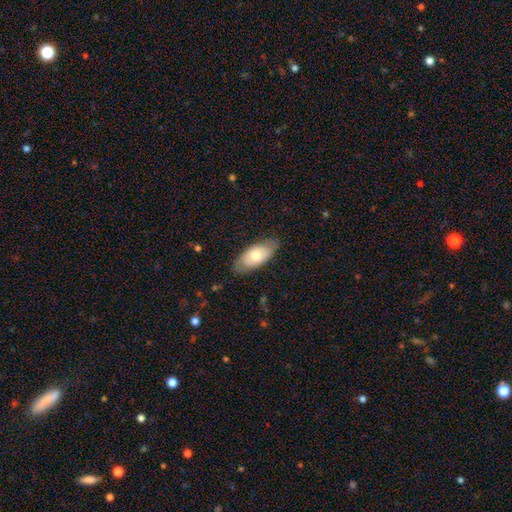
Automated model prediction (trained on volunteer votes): Smooth or featured? smooth (61%)
How rounded? in between (89%)
Merging? none (77%)